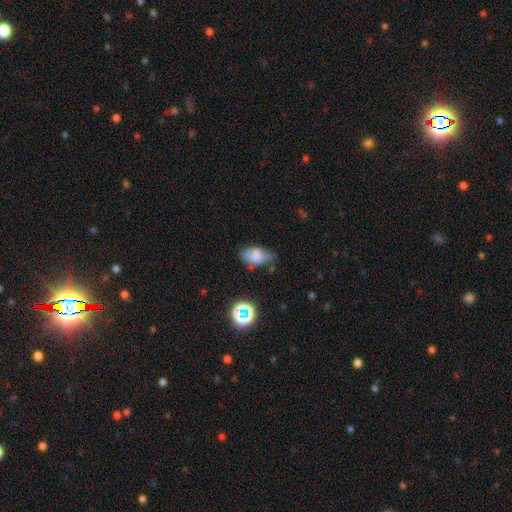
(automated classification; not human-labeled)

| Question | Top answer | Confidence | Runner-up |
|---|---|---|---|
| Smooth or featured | smooth | 68% | featured or disk (19%) |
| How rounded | in between | 88% | round (10%) |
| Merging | none | 41% | minor disturbance (39%) |